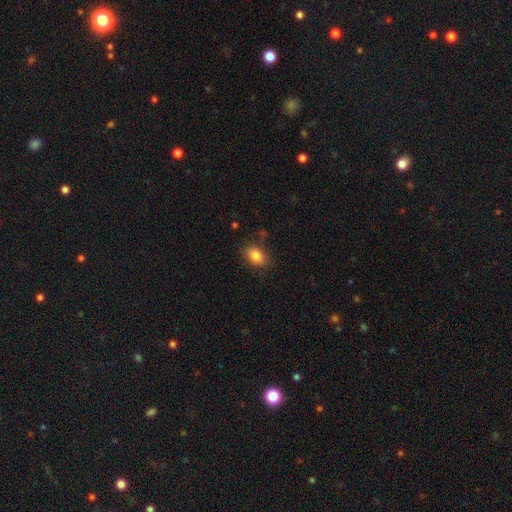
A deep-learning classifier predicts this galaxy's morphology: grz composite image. It shows a smooth galaxy with no disk features (84%) that is in between round and cigar-shaped (79%). Merging: none (83%).